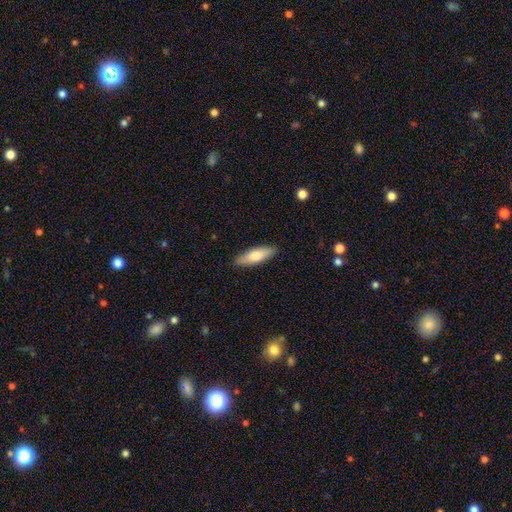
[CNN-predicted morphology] smooth 78%, featured or disk 17%, star or artifact 5%. Down the decision tree: how rounded — in between (50%); merging — none (88%).